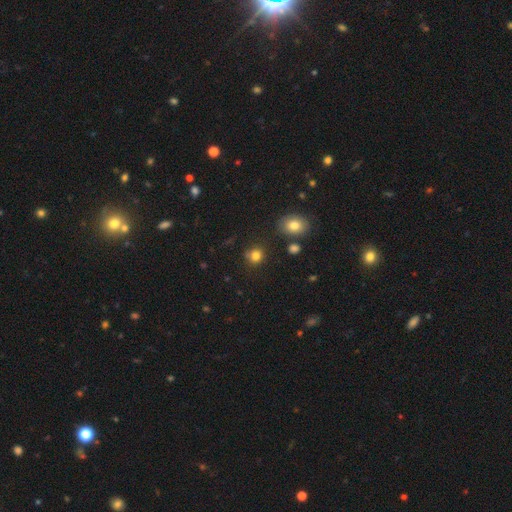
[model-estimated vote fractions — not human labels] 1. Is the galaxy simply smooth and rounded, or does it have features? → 81% smooth, 13% star or artifact, 6% featured or disk.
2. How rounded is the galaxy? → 82% round, 17% in between, 1% cigar-shaped.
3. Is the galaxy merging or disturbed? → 76% none, 13% minor disturbance, 7% merger, 4% major disturbance.